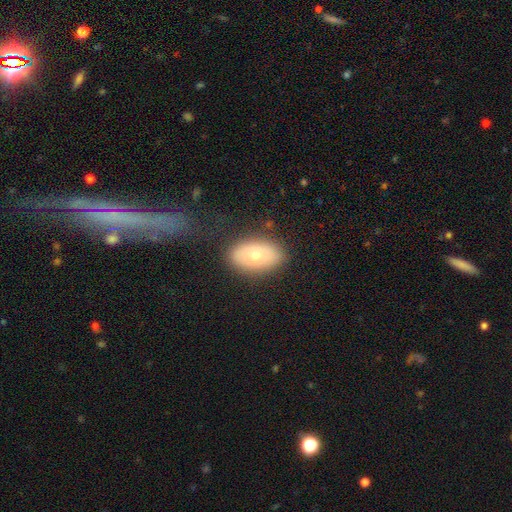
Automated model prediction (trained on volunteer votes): Smooth or featured: smooth — 65% (featured or disk — 27%)
How rounded: in between — 88% (round — 10%)
Merging: none — 81% (minor disturbance — 12%)